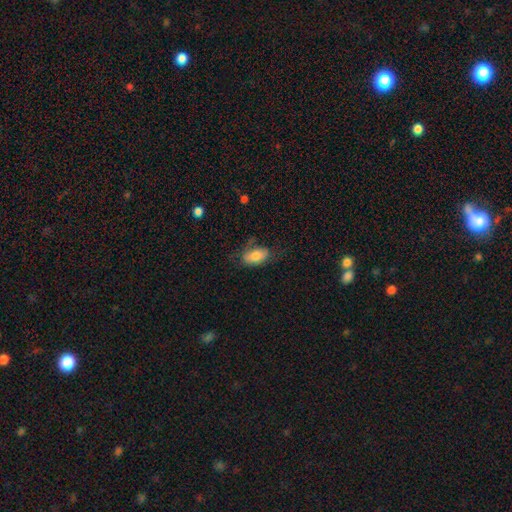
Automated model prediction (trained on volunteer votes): smooth-or-featured: smooth: 76% | featured or disk: 17% | star or artifact: 7%
  how-rounded: in between: 93% | round: 4% | cigar-shaped: 3%
  merging: none: 57% | minor disturbance: 27% | major disturbance: 14% | merger: 2%